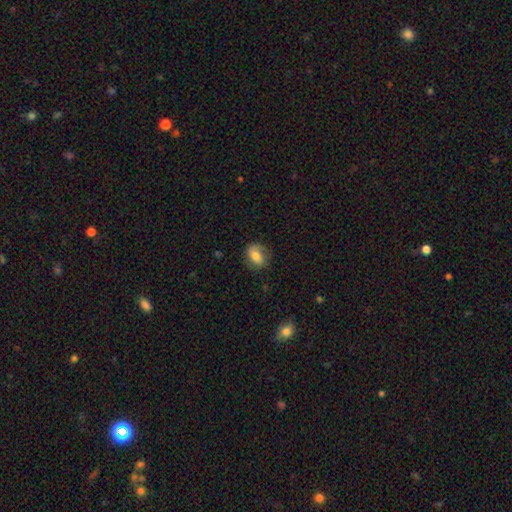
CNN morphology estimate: This is likely a smooth galaxy (63%). How rounded: possibly in between (55%). Merging: likely none (72%).